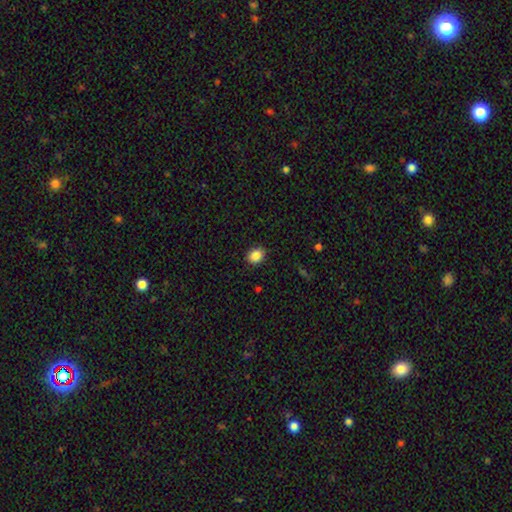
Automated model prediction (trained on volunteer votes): smooth_or_featured: smooth (p=0.87) [alt: star or artifact p=0.09]
how_rounded: in between (p=0.50) [alt: round p=0.49]
merging: none (p=0.89) [alt: minor disturbance p=0.08]